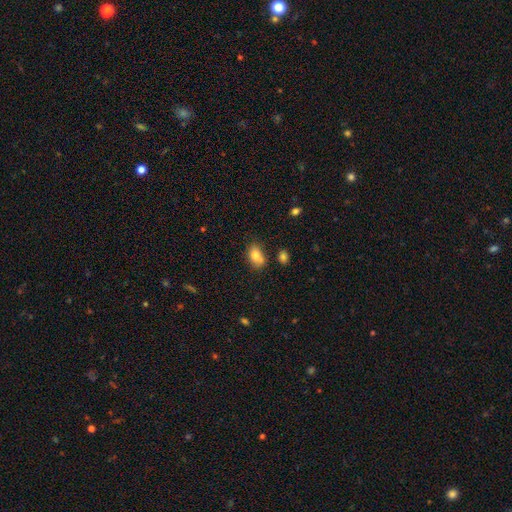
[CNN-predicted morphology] Q: Smooth or featured?
A: smooth (82%); runner-up: featured or disk (9%)
Q: How rounded?
A: in between (87%); runner-up: round (11%)
Q: Merging?
A: none (61%); runner-up: minor disturbance (25%)